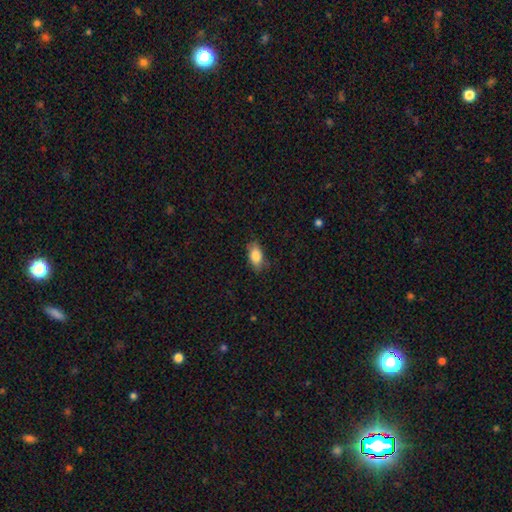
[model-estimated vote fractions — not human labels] Smooth or featured? smooth (83%)
How rounded? in between (88%)
Merging? none (79%)